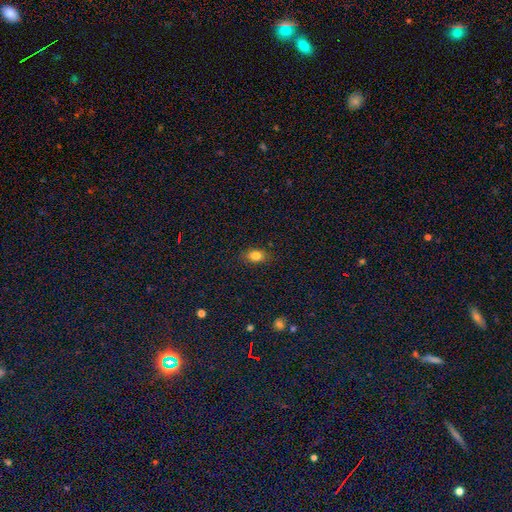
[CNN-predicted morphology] Smooth or featured? Predicted: smooth (p=0.82). How rounded? Predicted: in between (p=0.79). Merging? Predicted: none (p=0.85).